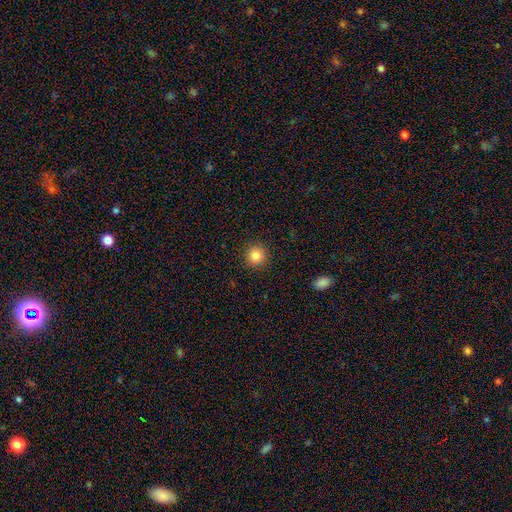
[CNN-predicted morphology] smooth-or-featured: smooth: 83% | star or artifact: 11% | featured or disk: 6%
  how-rounded: round: 94% | in between: 5% | cigar-shaped: 1%
  merging: none: 91% | minor disturbance: 6% | major disturbance: 2% | merger: 1%